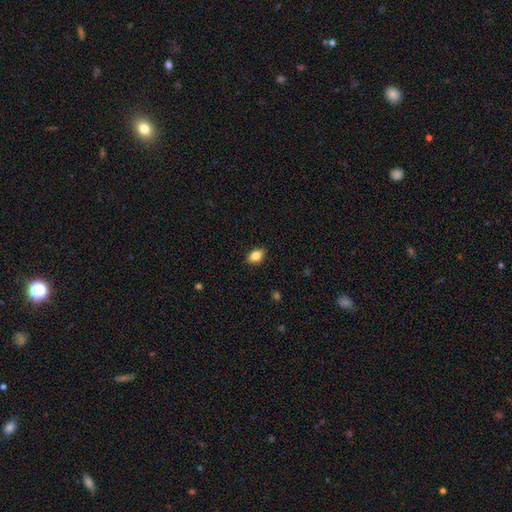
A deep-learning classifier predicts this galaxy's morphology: Smooth or featured: smooth — 84% (star or artifact — 9%)
How rounded: in between — 77% (round — 21%)
Merging: none — 85% (minor disturbance — 11%)